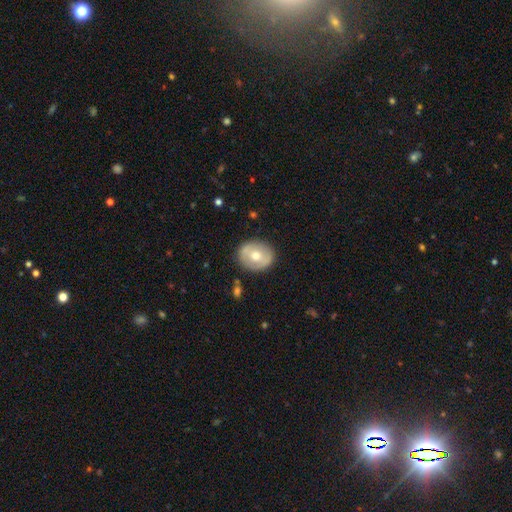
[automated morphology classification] Smooth or featured? Predicted: smooth (p=0.50). How rounded? Predicted: round (p=0.64). Merging? Predicted: none (p=0.84).